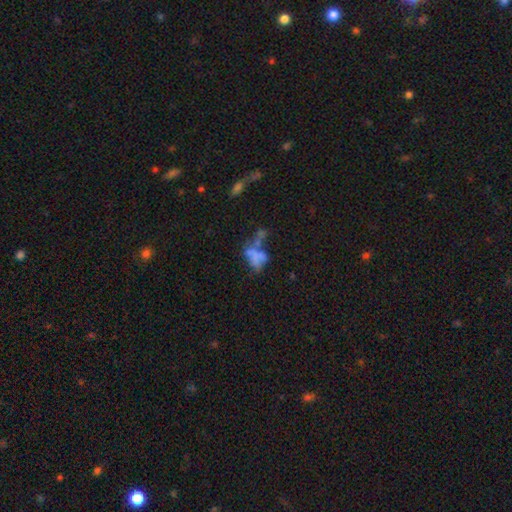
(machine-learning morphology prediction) Smooth or featured? Predicted: smooth (p=0.46). Merging? Predicted: merger (p=0.32).